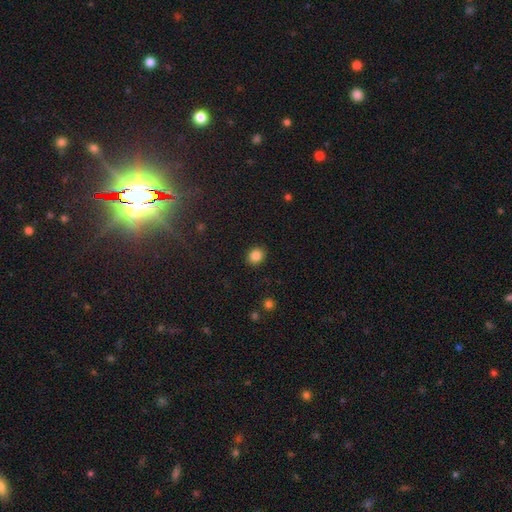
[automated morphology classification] smooth-or-featured: smooth: 85% | star or artifact: 10% | featured or disk: 5%
  how-rounded: round: 62% | in between: 37% | cigar-shaped: 1%
  merging: none: 90% | minor disturbance: 7% | major disturbance: 2% | merger: 1%